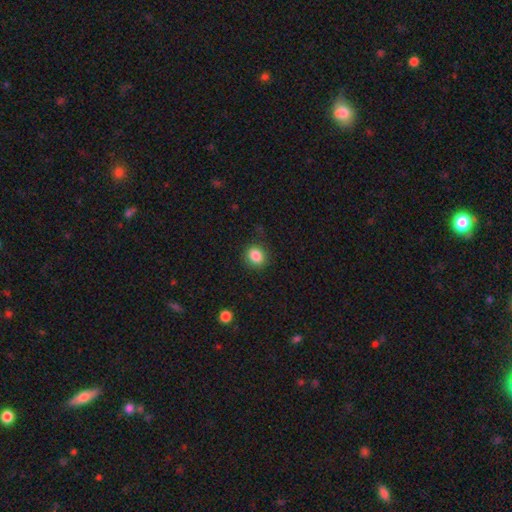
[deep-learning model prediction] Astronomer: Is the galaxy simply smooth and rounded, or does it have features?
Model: smooth — 86%.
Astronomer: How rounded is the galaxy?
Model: round — 76%.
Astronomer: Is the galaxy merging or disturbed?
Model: none — 85%.